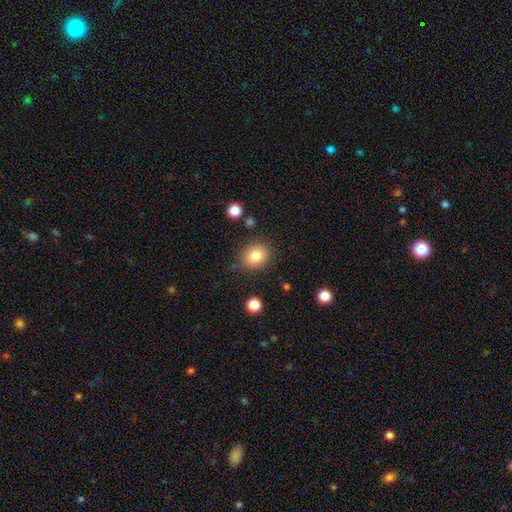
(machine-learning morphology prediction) A smooth galaxy with no disk features (82%) that is round (62%).

Vote fractions:
- Smooth or featured? smooth: 82% / star or artifact: 10% / featured or disk: 8%
- How rounded? round: 62% / in between: 37% / cigar-shaped: 1%
- Merging? none: 82% / minor disturbance: 12% / major disturbance: 3% / merger: 3%